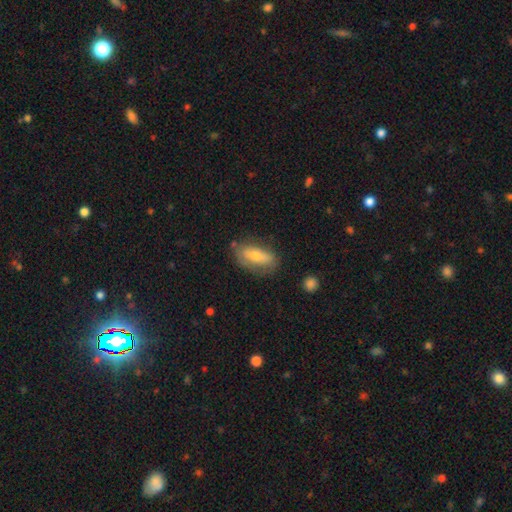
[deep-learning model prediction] Smooth or featured? smooth (62%)
How rounded? in between (80%)
Merging? none (71%)